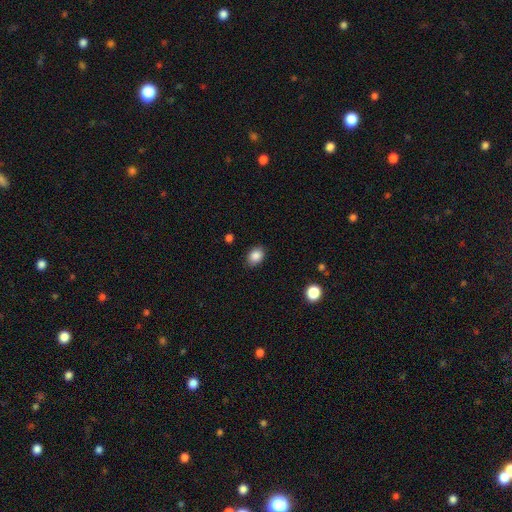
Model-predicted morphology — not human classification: This is clearly a smooth galaxy (87%). How rounded: likely in between (69%). Merging: clearly none (84%).